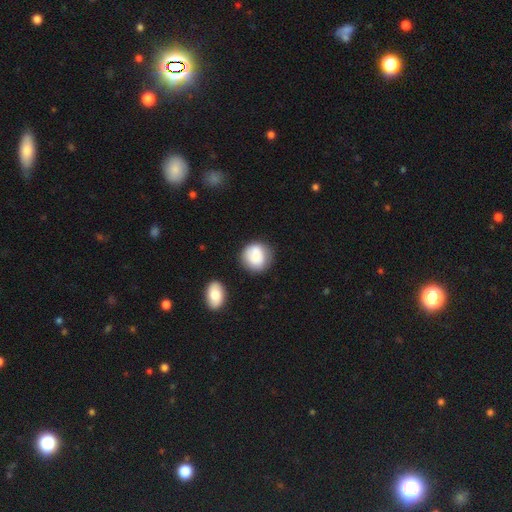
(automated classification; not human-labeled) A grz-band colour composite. It shows a smooth galaxy with no disk features (80%) that is round (83%). Merging: none (71%).